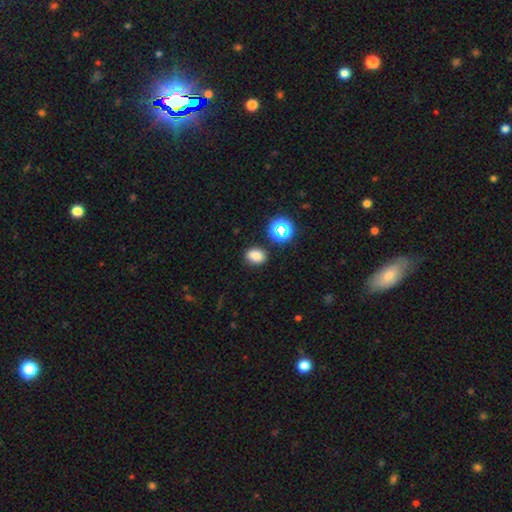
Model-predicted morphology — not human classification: Smooth or featured: smooth — 78% (star or artifact — 16%)
How rounded: in between — 66% (round — 33%)
Merging: none — 83% (minor disturbance — 11%)